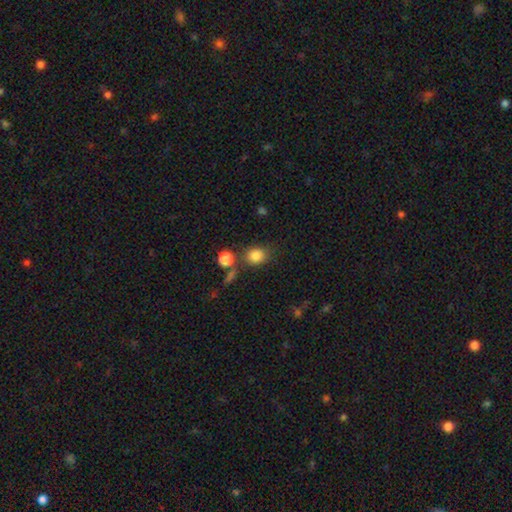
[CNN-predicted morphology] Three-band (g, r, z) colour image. It shows a smooth galaxy with no disk features (83%) that is round (63%). Merging: none (67%).